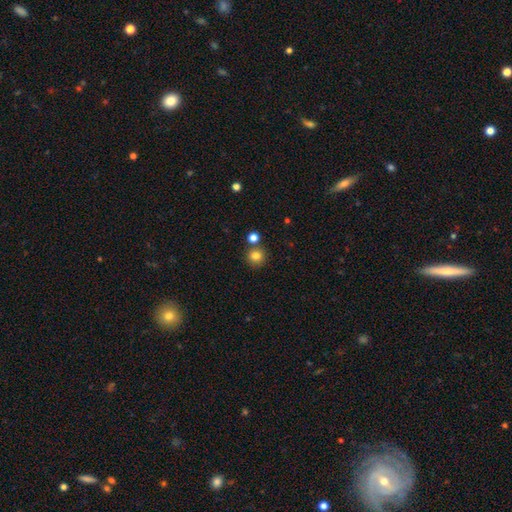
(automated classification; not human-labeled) smooth_or_featured: smooth (p=0.81) [alt: star or artifact p=0.12]
how_rounded: round (p=0.91) [alt: in between p=0.08]
merging: none (p=0.76) [alt: merger p=0.14]